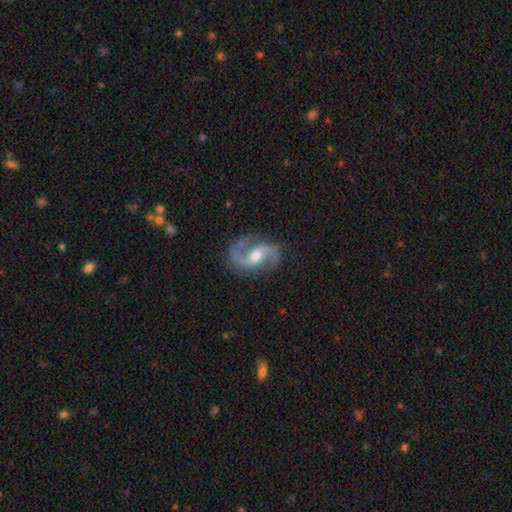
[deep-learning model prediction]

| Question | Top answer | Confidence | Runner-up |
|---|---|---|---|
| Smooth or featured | featured or disk | 91% | star or artifact (5%) |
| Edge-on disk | no | 98% | yes (2%) |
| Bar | weak | 44% | no (36%) |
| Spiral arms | yes | 98% | no (2%) |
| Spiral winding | medium | 49% | loose (40%) |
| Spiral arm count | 2 | 94% | can't tell (2%) |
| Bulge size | moderate | 65% | small (27%) |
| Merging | none | 80% | minor disturbance (13%) |